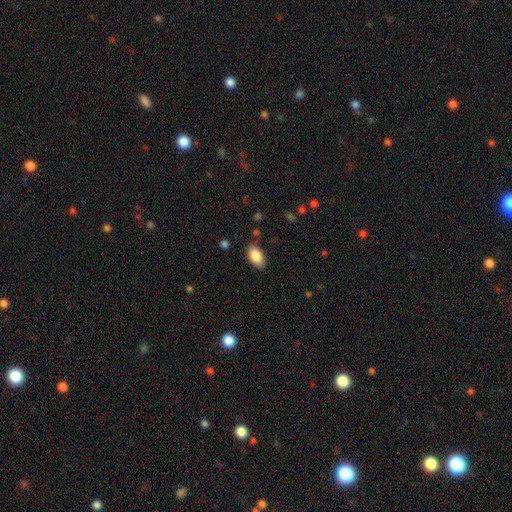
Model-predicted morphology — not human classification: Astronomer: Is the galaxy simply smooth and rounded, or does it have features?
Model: smooth — 87%.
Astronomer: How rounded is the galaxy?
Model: in between — 94%.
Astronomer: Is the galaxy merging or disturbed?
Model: none — 85%.